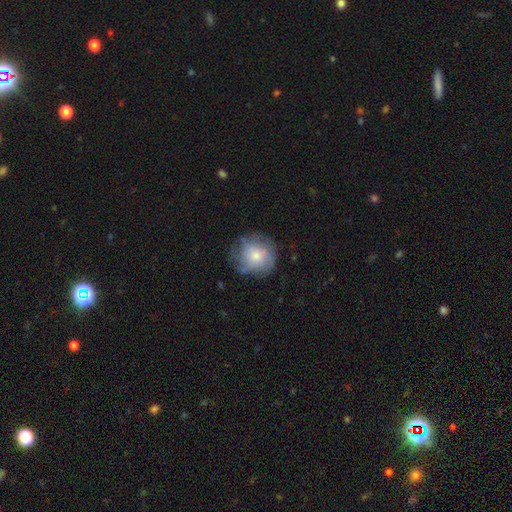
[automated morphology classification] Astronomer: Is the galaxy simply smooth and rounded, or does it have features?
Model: smooth — 69%.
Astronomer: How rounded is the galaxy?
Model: round — 88%.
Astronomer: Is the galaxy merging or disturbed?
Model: none — 64%.